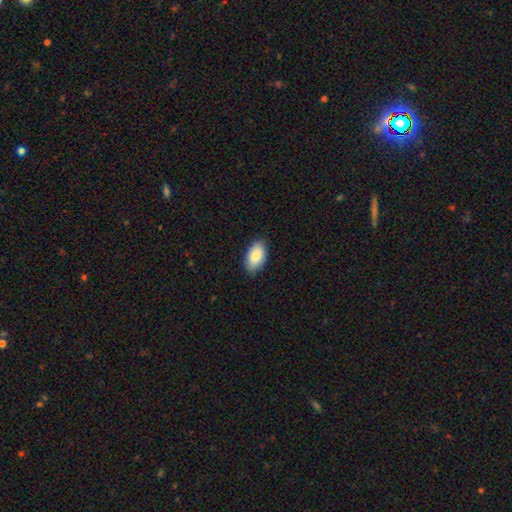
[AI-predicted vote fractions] Morphology: type=smooth (85%); roundness=in between (93%); merging=none (85%).